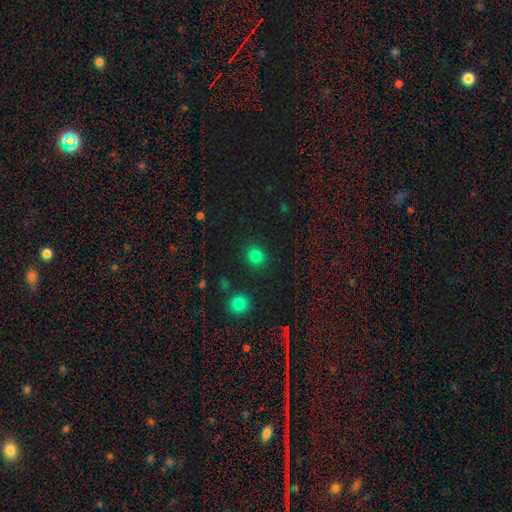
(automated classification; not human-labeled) Smooth or featured? Predicted: smooth (p=0.81). How rounded? Predicted: round (p=0.83). Merging? Predicted: none (p=0.88).